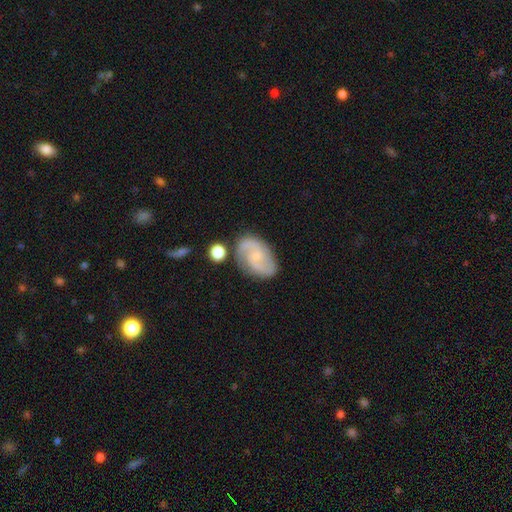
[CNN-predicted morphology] Q: Smooth or featured?
A: featured or disk (76%); runner-up: smooth (17%)
Q: Edge-on disk?
A: no (97%); runner-up: yes (3%)
Q: Bar?
A: no (51%); runner-up: weak (41%)
Q: Spiral arms?
A: yes (95%); runner-up: no (5%)
Q: Spiral winding?
A: medium (50%); runner-up: loose (29%)
Q: Spiral arm count?
A: 2 (88%); runner-up: can't tell (5%)
Q: Bulge size?
A: small (61%); runner-up: none (21%)
Q: Merging?
A: none (74%); runner-up: minor disturbance (16%)